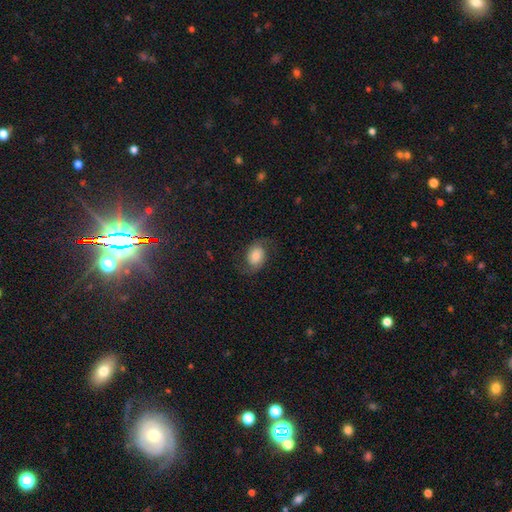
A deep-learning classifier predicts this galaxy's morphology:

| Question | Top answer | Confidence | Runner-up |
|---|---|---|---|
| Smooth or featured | featured or disk | 44% | tied: smooth (44%) |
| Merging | none | 69% | minor disturbance (17%) |